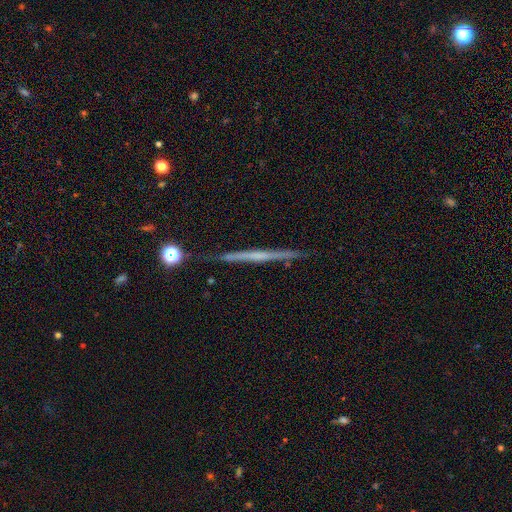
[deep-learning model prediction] Smooth or featured? featured or disk (65%)
Edge-on disk? yes (97%)
Edge-on bulge? none (76%)
Merging? none (86%)